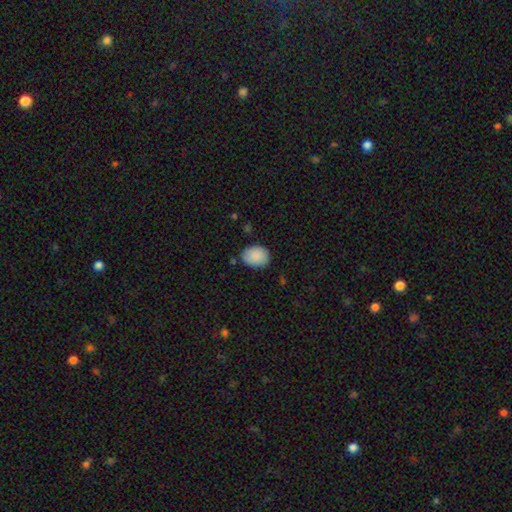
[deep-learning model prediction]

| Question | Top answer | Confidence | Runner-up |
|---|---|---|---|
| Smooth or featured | smooth | 89% | star or artifact (7%) |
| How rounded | in between | 68% | round (31%) |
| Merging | none | 79% | minor disturbance (16%) |